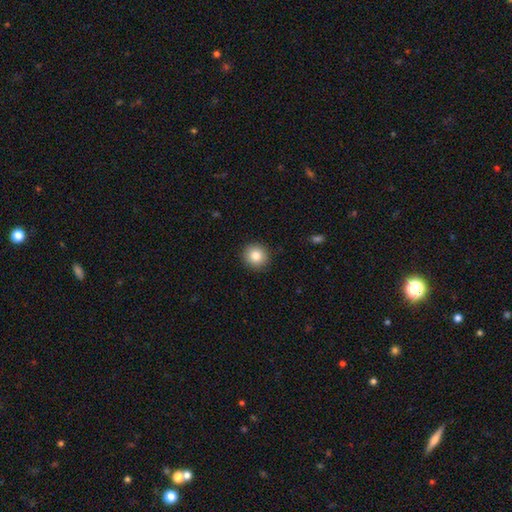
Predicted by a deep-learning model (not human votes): smooth_or_featured: smooth (p=0.84) [alt: star or artifact p=0.10]
how_rounded: round (p=0.93) [alt: in between p=0.06]
merging: none (p=0.91) [alt: minor disturbance p=0.06]